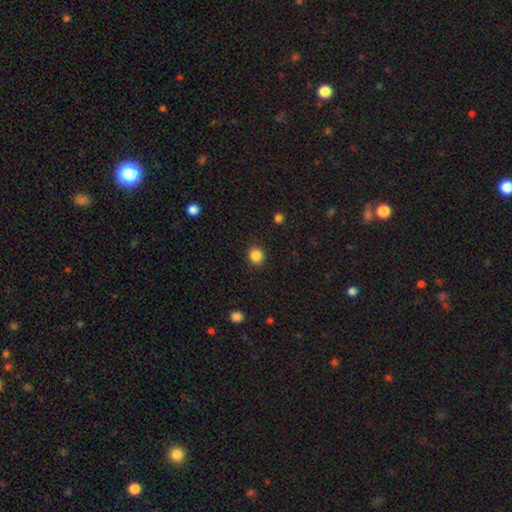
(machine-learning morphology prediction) This is clearly a smooth galaxy (86%). How rounded: clearly round (89%). Merging: clearly none (90%).